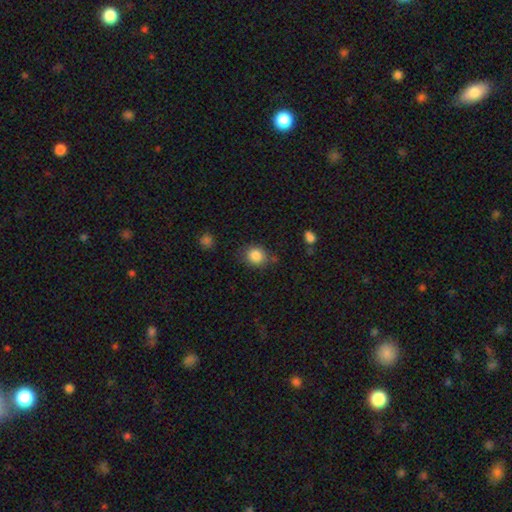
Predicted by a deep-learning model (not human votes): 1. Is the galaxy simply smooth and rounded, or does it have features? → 86% smooth, 10% star or artifact, 4% featured or disk.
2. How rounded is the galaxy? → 75% round, 24% in between, 1% cigar-shaped.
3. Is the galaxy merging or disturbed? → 76% none, 16% minor disturbance, 4% major disturbance, 4% merger.